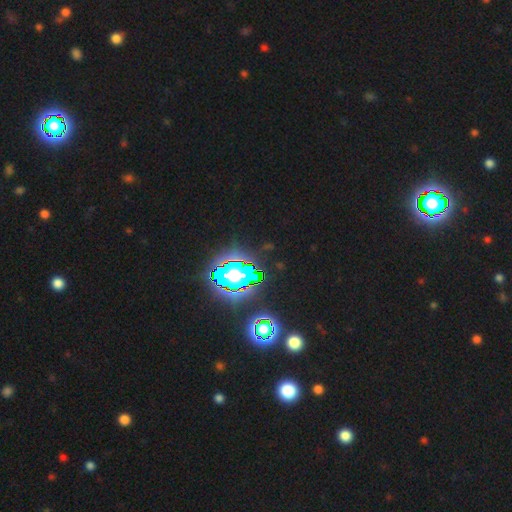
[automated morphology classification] Smooth or featured: star or artifact — 82% (smooth — 10%)